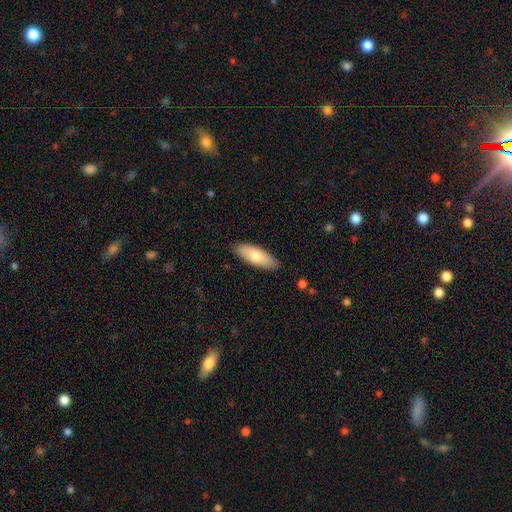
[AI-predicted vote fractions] Smooth or featured? Predicted: smooth (p=0.74). How rounded? Predicted: in between (p=0.66). Merging? Predicted: none (p=0.87).